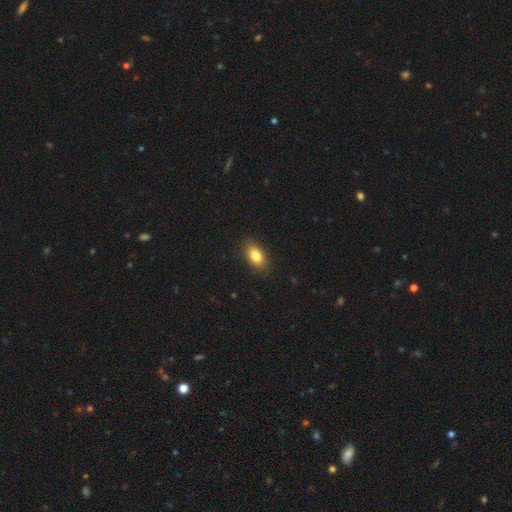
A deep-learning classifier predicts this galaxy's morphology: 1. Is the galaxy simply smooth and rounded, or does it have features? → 83% smooth, 9% featured or disk, 8% star or artifact.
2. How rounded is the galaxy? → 88% in between, 8% round, 4% cigar-shaped.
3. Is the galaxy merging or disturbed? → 85% none, 11% minor disturbance, 2% major disturbance, 1% merger.